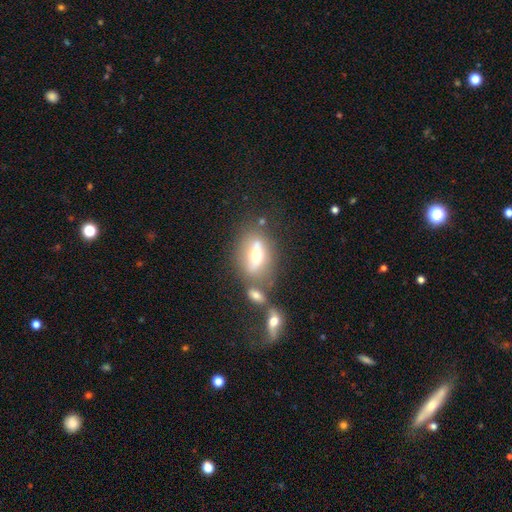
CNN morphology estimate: smooth 46%, featured or disk 44%, star or artifact 10%. Down the decision tree: merging — none (54%).